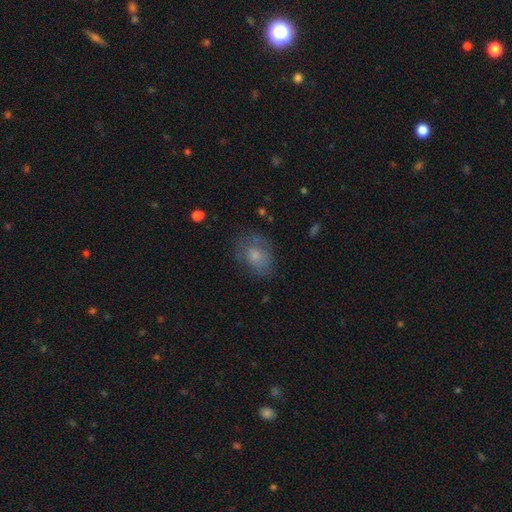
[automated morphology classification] smooth-or-featured: smooth: 65% | featured or disk: 25% | star or artifact: 10%
  how-rounded: in between: 66% | round: 32% | cigar-shaped: 1%
  merging: none: 61% | minor disturbance: 24% | major disturbance: 14% | merger: 2%